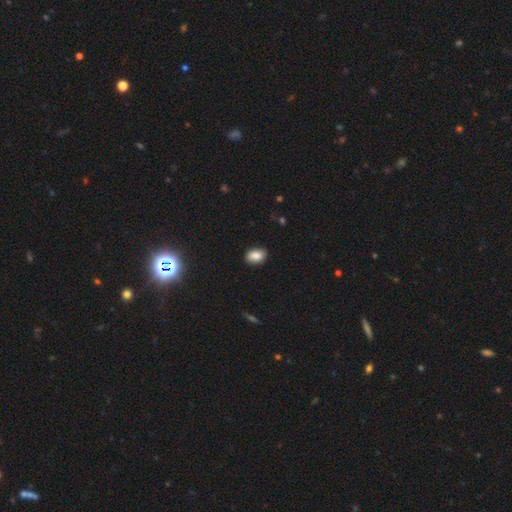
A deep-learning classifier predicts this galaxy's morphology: This is clearly a smooth galaxy (85%). How rounded: clearly in between (84%). Merging: clearly none (88%).